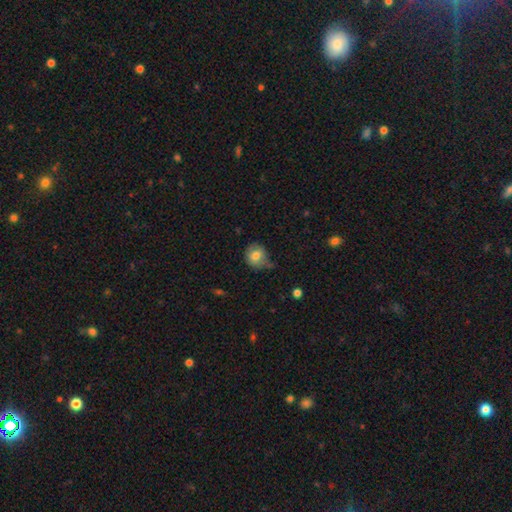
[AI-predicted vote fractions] Q: Smooth or featured?
A: smooth (77%); runner-up: featured or disk (14%)
Q: How rounded?
A: round (78%); runner-up: in between (21%)
Q: Merging?
A: none (61%); runner-up: minor disturbance (29%)